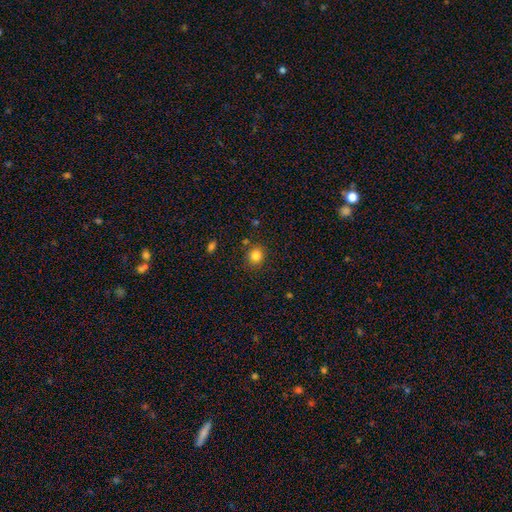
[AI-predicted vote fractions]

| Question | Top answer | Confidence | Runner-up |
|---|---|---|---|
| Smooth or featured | smooth | 83% | star or artifact (12%) |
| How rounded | round | 81% | in between (18%) |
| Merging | none | 82% | minor disturbance (11%) |